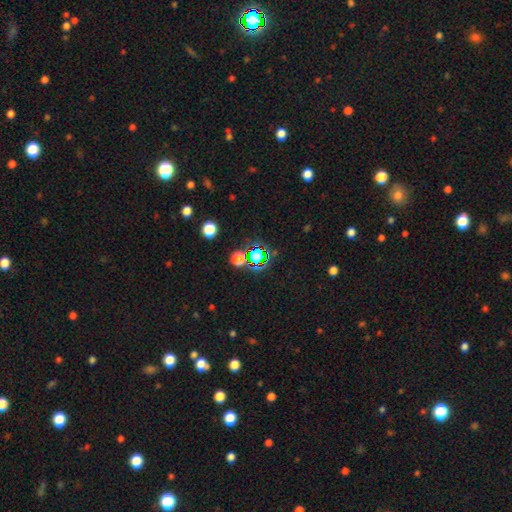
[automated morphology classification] This appears to be a star or artifact, not a galaxy (61%).